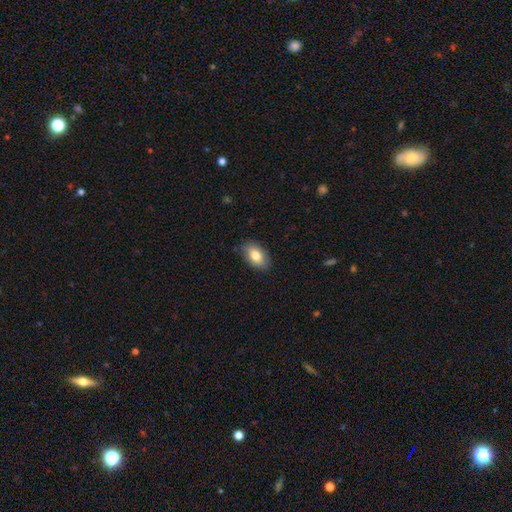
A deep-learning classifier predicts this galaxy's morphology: A smooth galaxy with no disk features (80%) that is in between round and cigar-shaped (92%).

Vote fractions:
- Smooth or featured? smooth: 80% / featured or disk: 13% / star or artifact: 7%
- How rounded? in between: 92% / round: 7% / cigar-shaped: 2%
- Merging? none: 82% / minor disturbance: 14% / major disturbance: 3% / merger: 1%